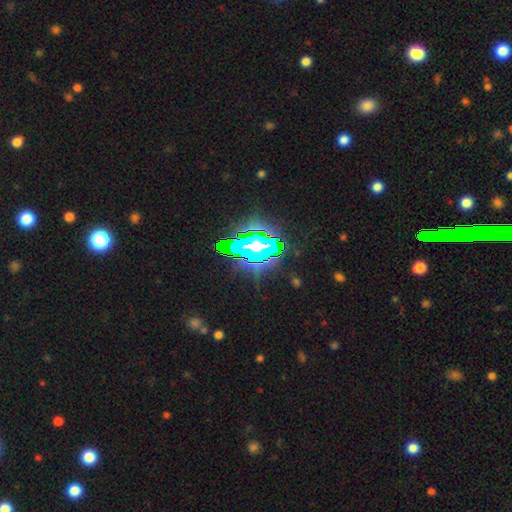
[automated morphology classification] The model was most divided on "smooth or featured": star or artifact: 79%, smooth: 11%, featured or disk: 10%.